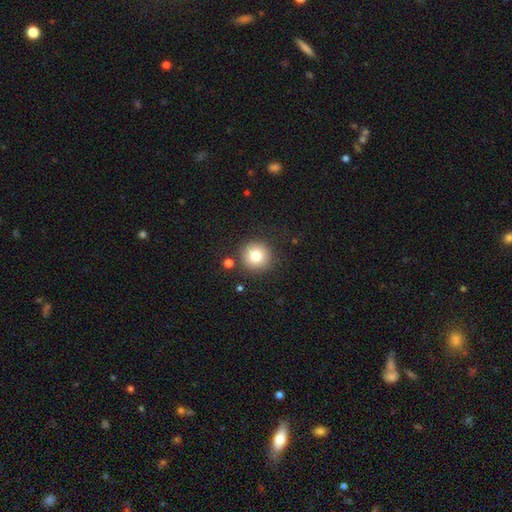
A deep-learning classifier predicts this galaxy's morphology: The model was most divided on "smooth or featured": smooth: 79%, star or artifact: 11%, featured or disk: 9%. More confident: how rounded — round (95%); merging — none (86%).